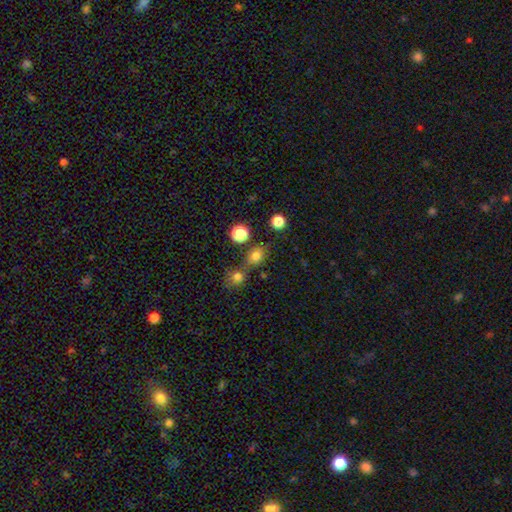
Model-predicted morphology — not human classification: Smooth or featured? Predicted: smooth (p=0.77). How rounded? Predicted: round (p=0.54). Merging? Predicted: none (p=0.63).